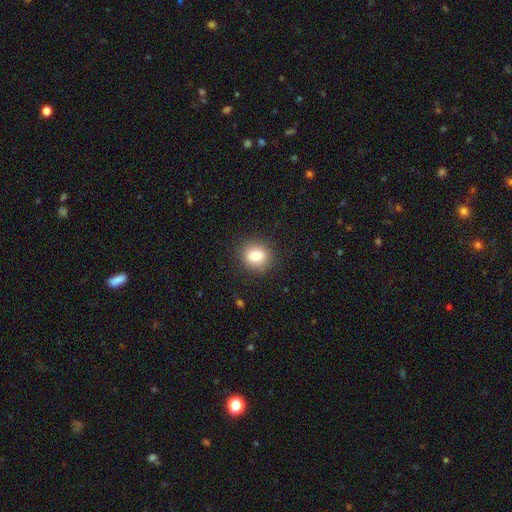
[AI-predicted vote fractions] Smooth or featured? Predicted: smooth (p=0.82). How rounded? Predicted: round (p=0.80). Merging? Predicted: none (p=0.89).